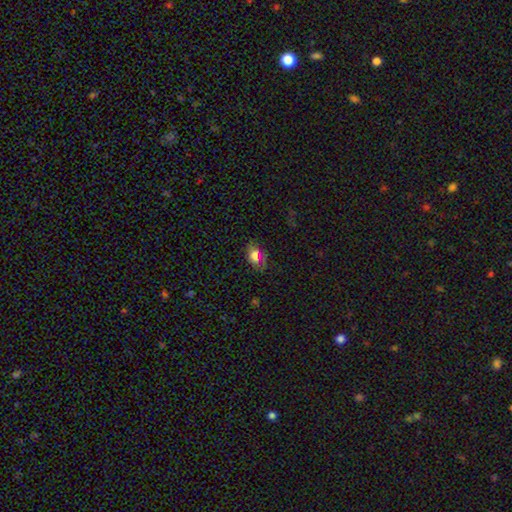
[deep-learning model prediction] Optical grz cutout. It shows a smooth galaxy with no disk features (70%) that is in between round and cigar-shaped (85%). Merging: none (76%).